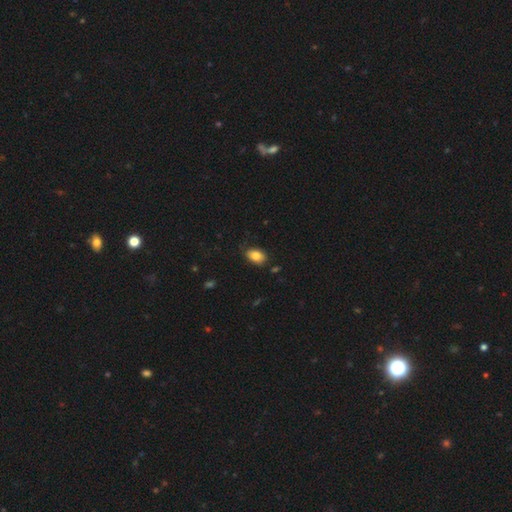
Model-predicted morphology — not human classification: Overall: smooth (84%). How rounded: in between (87%). Merging: none (75%).